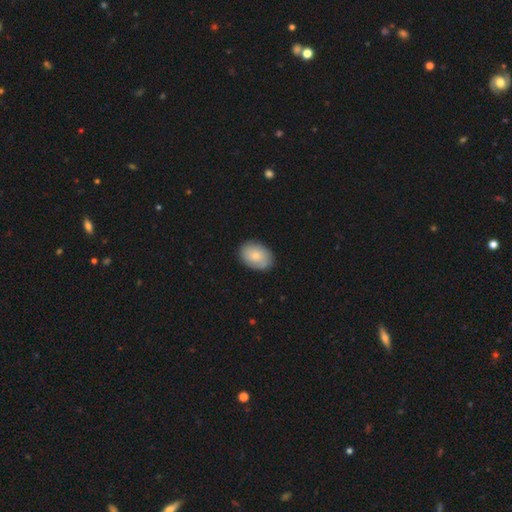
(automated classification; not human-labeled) smooth-or-featured: smooth: 75% | featured or disk: 18% | star or artifact: 6%
  how-rounded: in between: 76% | round: 23% | cigar-shaped: 1%
  merging: none: 85% | minor disturbance: 12% | major disturbance: 2% | merger: 1%